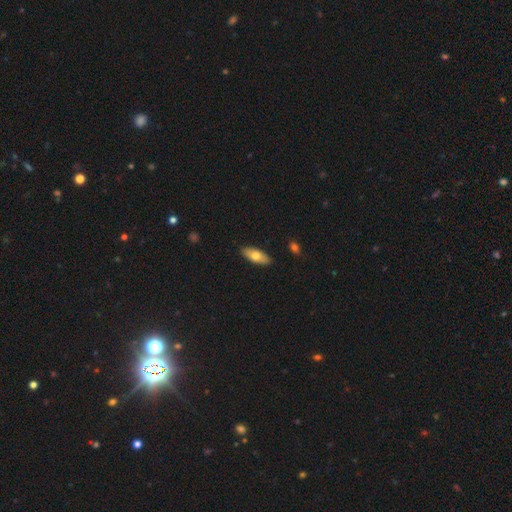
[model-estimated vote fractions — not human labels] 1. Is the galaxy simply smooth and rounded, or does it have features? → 68% smooth, 26% featured or disk, 6% star or artifact.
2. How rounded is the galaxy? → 77% in between, 21% cigar-shaped, 3% round.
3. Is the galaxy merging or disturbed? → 89% none, 8% minor disturbance, 2% major disturbance, 1% merger.